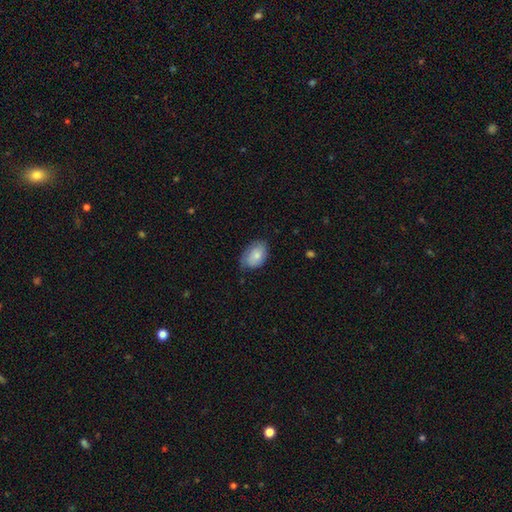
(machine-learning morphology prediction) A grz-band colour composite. It shows a smooth galaxy with no disk features (76%) that is in between round and cigar-shaped (87%). Merging: none (61%).